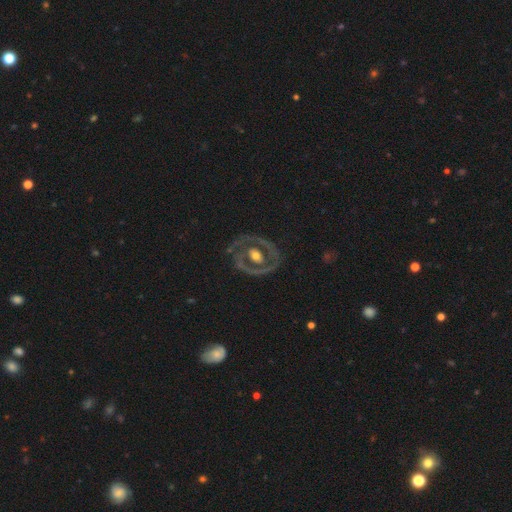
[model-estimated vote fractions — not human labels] Q: Smooth or featured?
A: featured or disk (77%); runner-up: smooth (18%)
Q: Edge-on disk?
A: no (95%); runner-up: yes (5%)
Q: Bar?
A: no (63%); runner-up: weak (24%)
Q: Spiral arms?
A: no (54%); runner-up: yes (46%)
Q: Bulge size?
A: moderate (66%); runner-up: large (20%)
Q: Merging?
A: none (67%); runner-up: minor disturbance (19%)